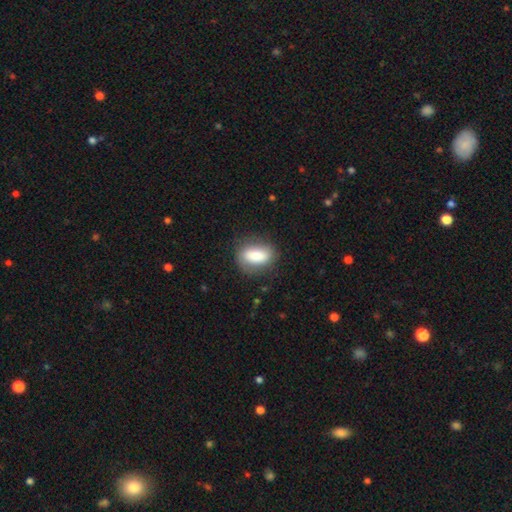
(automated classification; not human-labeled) A smooth galaxy with no disk features (74%) that is in between round and cigar-shaped (81%). Merging: none (78%).